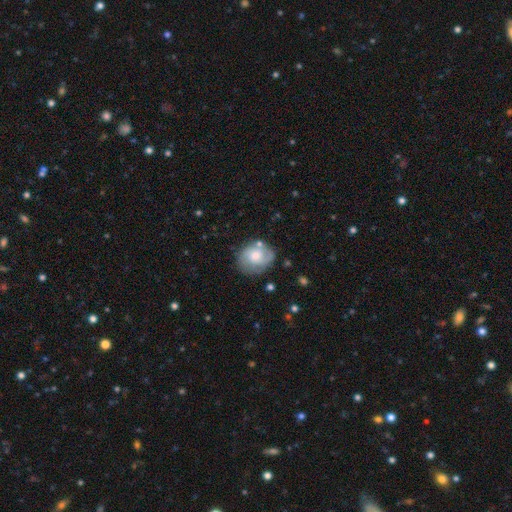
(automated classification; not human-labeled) This appears to be a featured or disk galaxy (51%). Merging: none (66%).